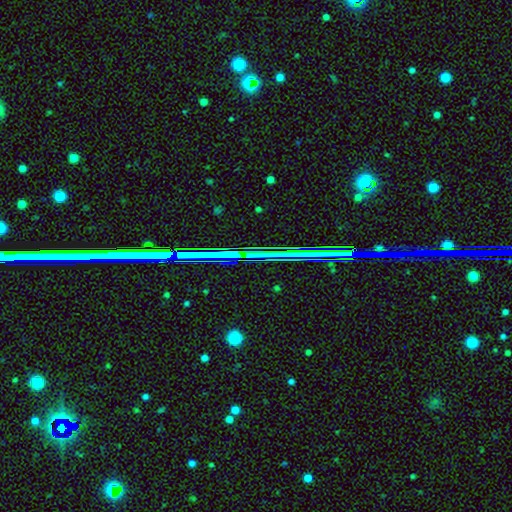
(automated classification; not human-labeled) star or artifact 79%, featured or disk 13%, smooth 9%.